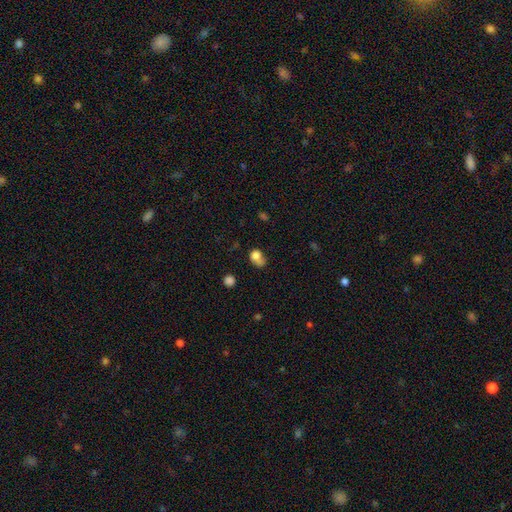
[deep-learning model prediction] A smooth galaxy with no disk features (77%) that is round (53%).

Vote fractions:
- Smooth or featured? smooth: 77% / featured or disk: 13% / star or artifact: 11%
- How rounded? round: 53% / in between: 46% / cigar-shaped: 1%
- Merging? none: 36% / minor disturbance: 28% / major disturbance: 22% / merger: 13%